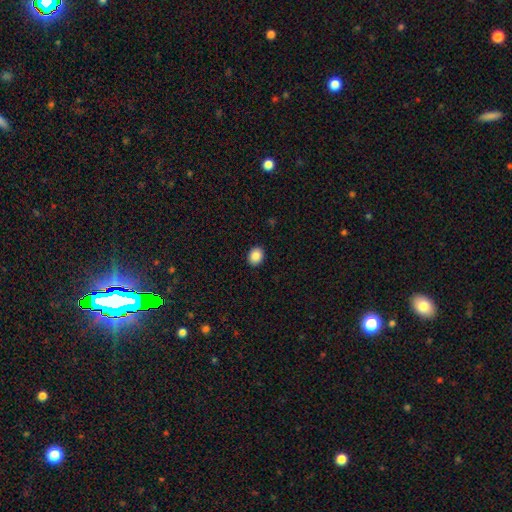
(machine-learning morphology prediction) A smooth galaxy with no disk features (88%) that is in between round and cigar-shaped (52%).

Vote fractions:
- Smooth or featured? smooth: 88% / star or artifact: 8% / featured or disk: 4%
- How rounded? in between: 52% / round: 47% / cigar-shaped: 1%
- Merging? none: 91% / minor disturbance: 6% / major disturbance: 2% / merger: 1%